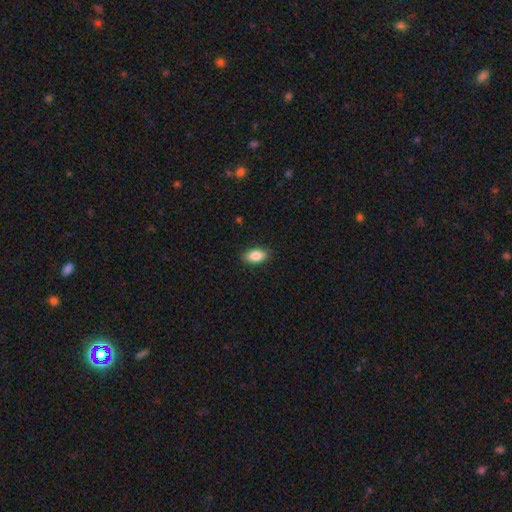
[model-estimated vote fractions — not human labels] smooth_or_featured: smooth (p=0.86) [alt: star or artifact p=0.07]
how_rounded: in between (p=0.91) [alt: round p=0.05]
merging: none (p=0.88) [alt: minor disturbance p=0.09]